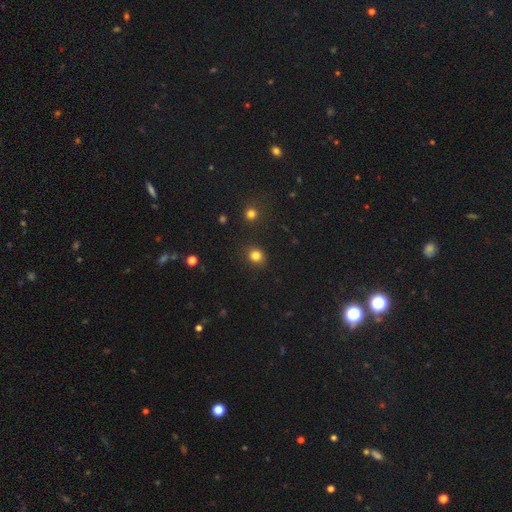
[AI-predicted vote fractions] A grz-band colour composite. It shows a smooth galaxy with no disk features (82%) that is round (72%). Merging: none (88%).